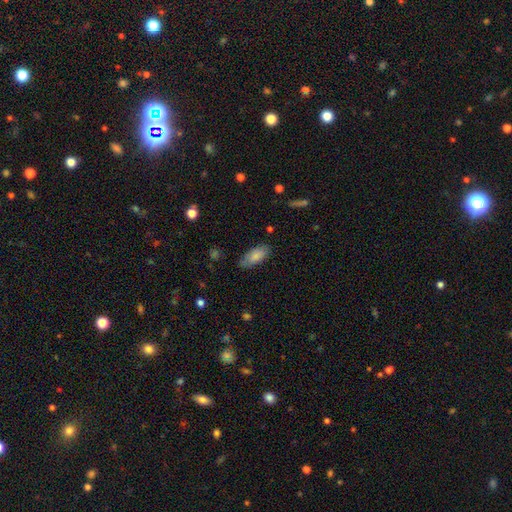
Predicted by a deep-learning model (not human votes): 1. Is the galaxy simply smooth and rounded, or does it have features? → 83% smooth, 11% featured or disk, 6% star or artifact.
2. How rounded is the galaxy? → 83% in between, 15% cigar-shaped, 2% round.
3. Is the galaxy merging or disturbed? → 80% none, 15% minor disturbance, 3% major disturbance, 1% merger.